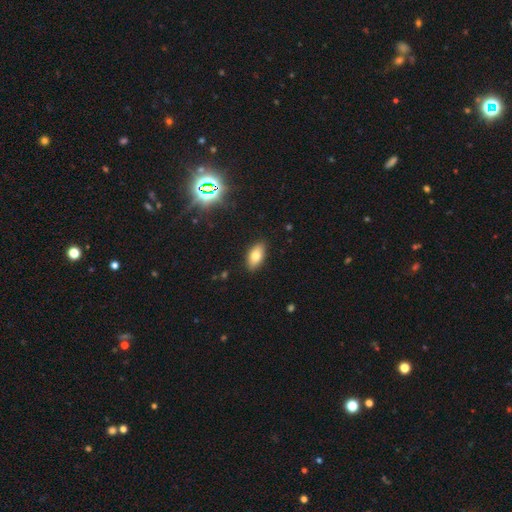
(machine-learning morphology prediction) Smooth or featured: smooth — 77% (featured or disk — 13%)
How rounded: in between — 90% (cigar-shaped — 5%)
Merging: none — 88% (minor disturbance — 9%)